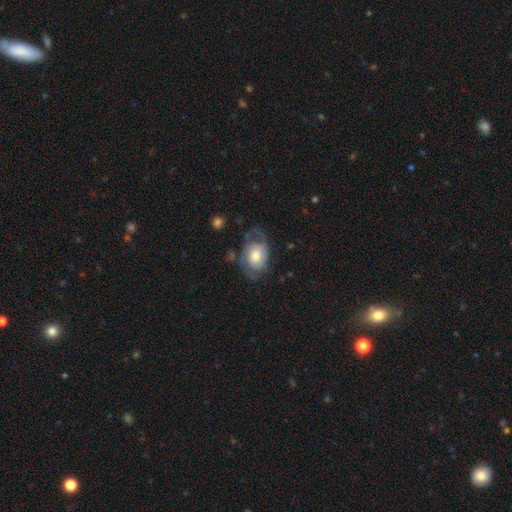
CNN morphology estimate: featured or disk 52%, smooth 42%, star or artifact 7%. Down the decision tree: edge-on disk — no (96%); merging — none (45%).